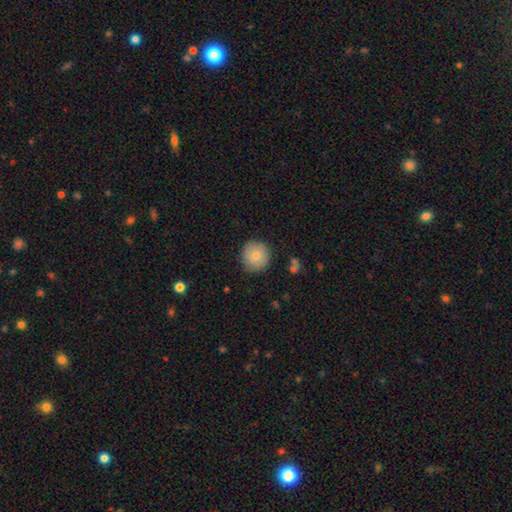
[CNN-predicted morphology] smooth-or-featured: smooth: 79% | featured or disk: 13% | star or artifact: 8%
  how-rounded: round: 94% | in between: 6% | cigar-shaped: 1%
  merging: none: 81% | minor disturbance: 14% | major disturbance: 3% | merger: 2%